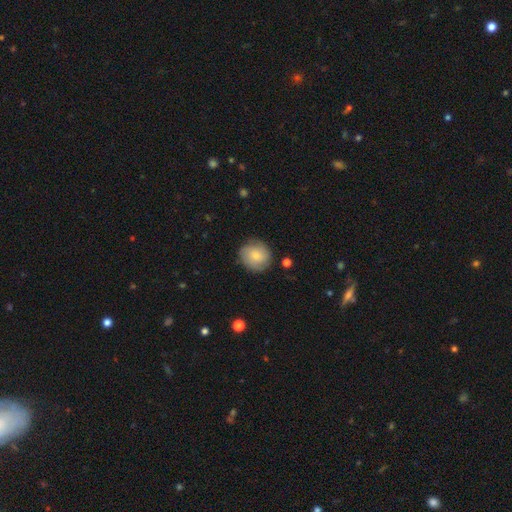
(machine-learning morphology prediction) type=smooth (62%); roundness=round (88%); merging=none (82%).